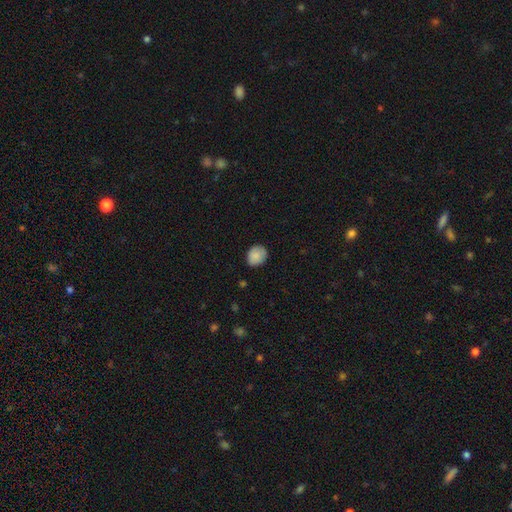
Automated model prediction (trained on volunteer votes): Smooth or featured? smooth (86%)
How rounded? round (62%)
Merging? none (77%)